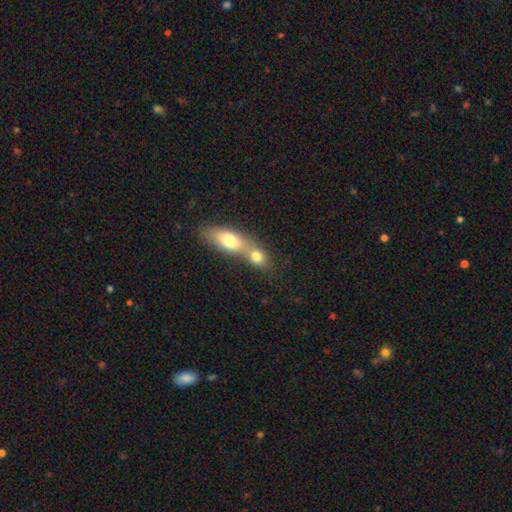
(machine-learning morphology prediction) A smooth galaxy with no disk features (72%) that is in between round and cigar-shaped (59%).

Vote fractions:
- Smooth or featured? smooth: 72% / featured or disk: 20% / star or artifact: 8%
- How rounded? in between: 59% / round: 24% / cigar-shaped: 17%
- Merging? merger: 70% / none: 22% / minor disturbance: 5% / major disturbance: 3%